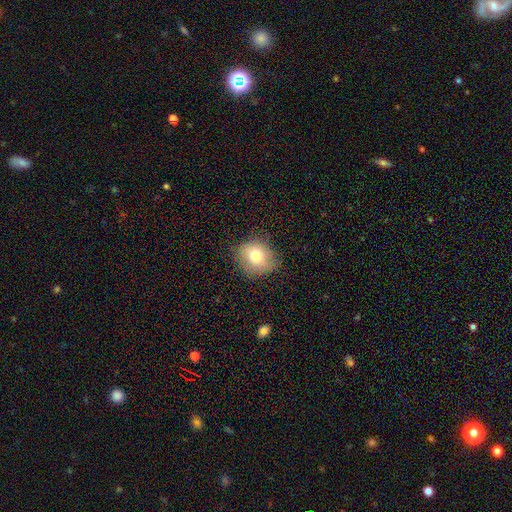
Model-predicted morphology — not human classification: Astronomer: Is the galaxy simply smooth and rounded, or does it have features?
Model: smooth — 73%.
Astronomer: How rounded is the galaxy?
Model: round — 71%.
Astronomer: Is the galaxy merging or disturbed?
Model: none — 75%.